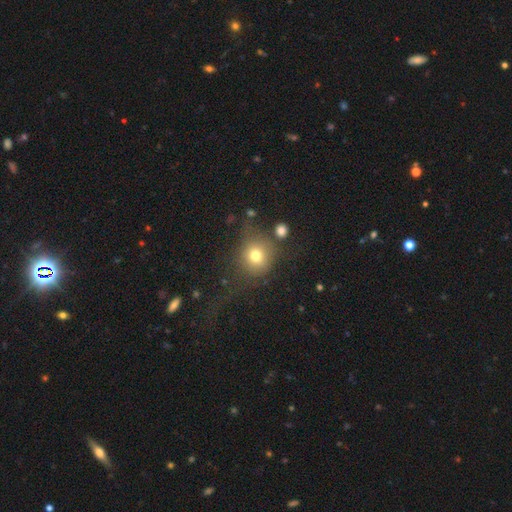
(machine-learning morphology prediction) A smooth galaxy with no disk features (75%) that is round (86%).

Vote fractions:
- Smooth or featured? smooth: 75% / star or artifact: 13% / featured or disk: 12%
- How rounded? round: 86% / in between: 13% / cigar-shaped: 1%
- Merging? none: 61% / minor disturbance: 17% / major disturbance: 15% / merger: 7%